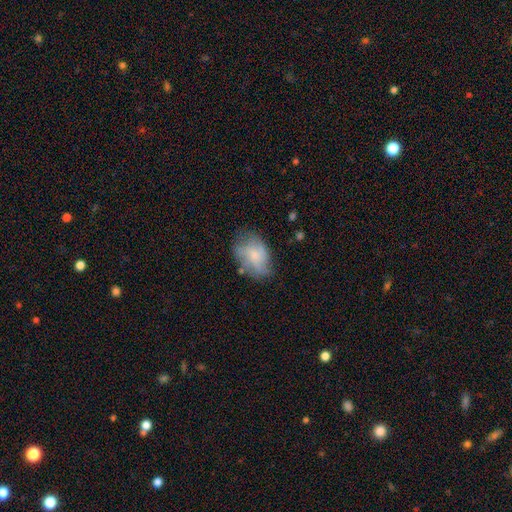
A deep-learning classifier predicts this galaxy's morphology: This appears to be a smooth galaxy with no disk features (58%) that is in between round and cigar-shaped (84%). Merging: none (52%).